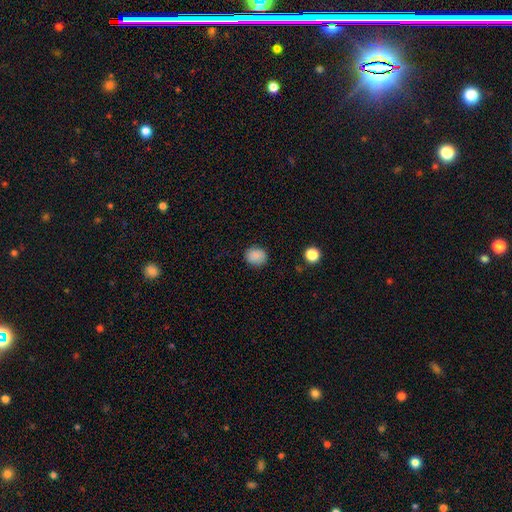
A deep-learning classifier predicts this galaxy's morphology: type=smooth (87%); roundness=round (70%); merging=none (86%).